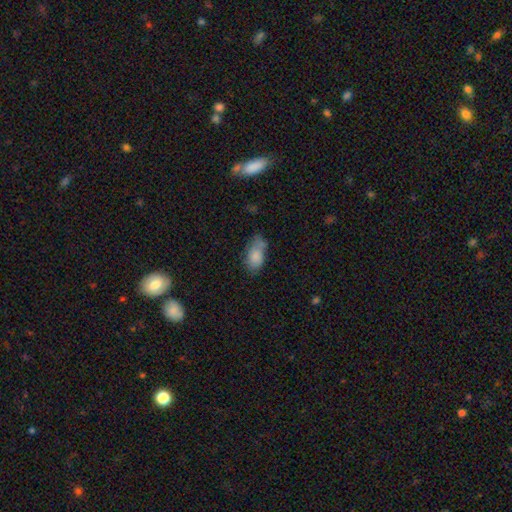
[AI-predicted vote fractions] The model was most divided on "merging": none: 48%, minor disturbance: 30%, major disturbance: 12%, merger: 11%. More confident: how rounded — in between (91%); smooth or featured — smooth (81%).